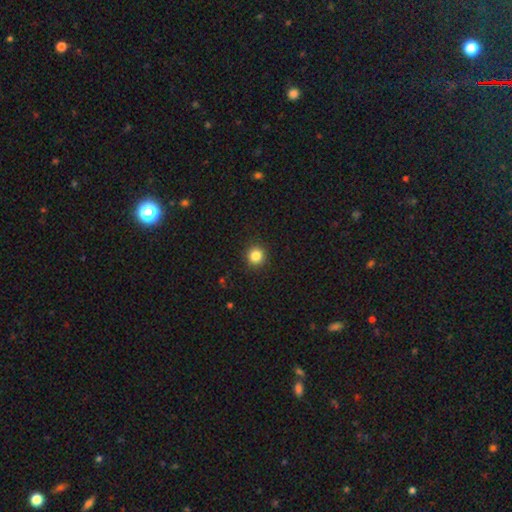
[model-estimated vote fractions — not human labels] Overall: smooth (84%). How rounded: round (94%). Merging: none (92%).